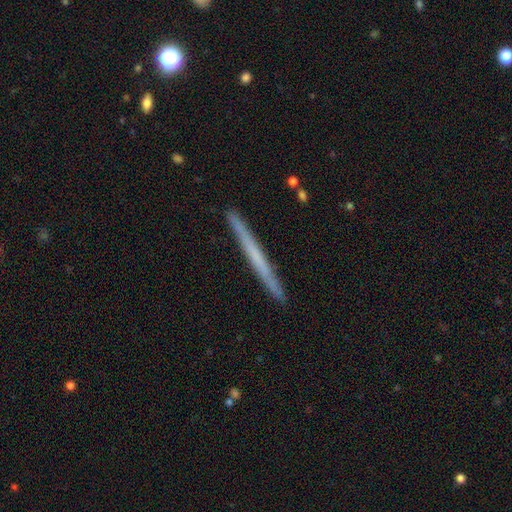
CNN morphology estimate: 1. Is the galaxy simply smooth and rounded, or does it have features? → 48% featured or disk, 46% smooth, 6% star or artifact.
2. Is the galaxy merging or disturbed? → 92% none, 6% minor disturbance, 1% major disturbance, 1% merger.